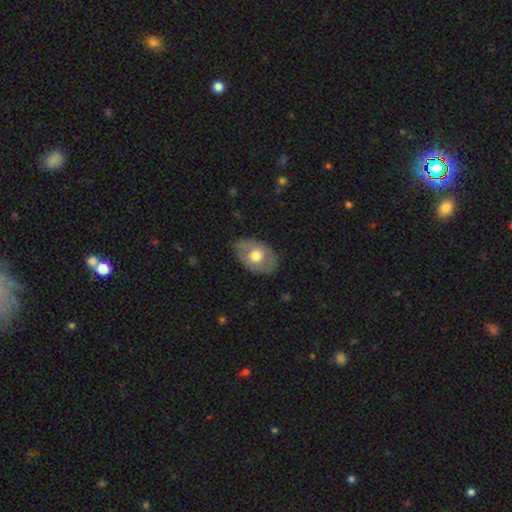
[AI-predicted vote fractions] Smooth or featured? Predicted: smooth (p=0.55). How rounded? Predicted: in between (p=0.80). Merging? Predicted: none (p=0.76).